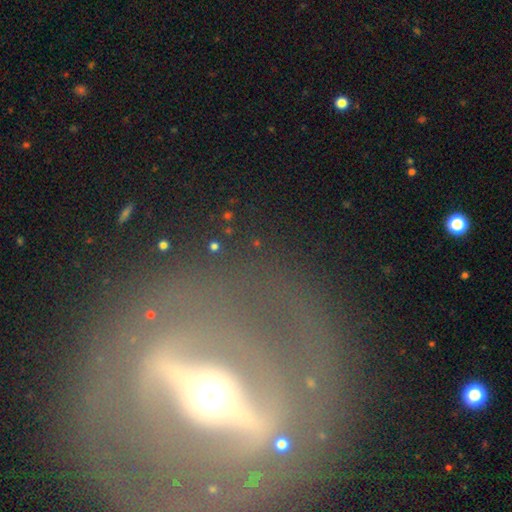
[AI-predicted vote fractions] A featured or disk galaxy (76%).

Vote fractions:
- Smooth or featured? featured or disk: 76% / smooth: 12% / star or artifact: 11%
- Edge-on disk? no: 62% / yes: 38%
- Merging? none: 77% / minor disturbance: 10% / major disturbance: 10% / merger: 3%